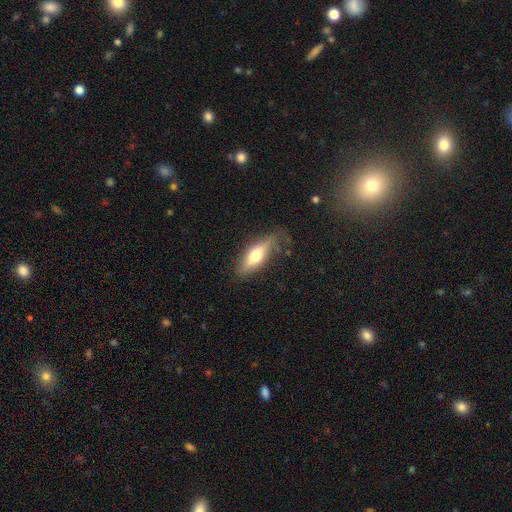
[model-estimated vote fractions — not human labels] Q: Smooth or featured?
A: smooth (58%); runner-up: featured or disk (36%)
Q: How rounded?
A: in between (54%); runner-up: cigar-shaped (43%)
Q: Merging?
A: none (62%); runner-up: minor disturbance (27%)